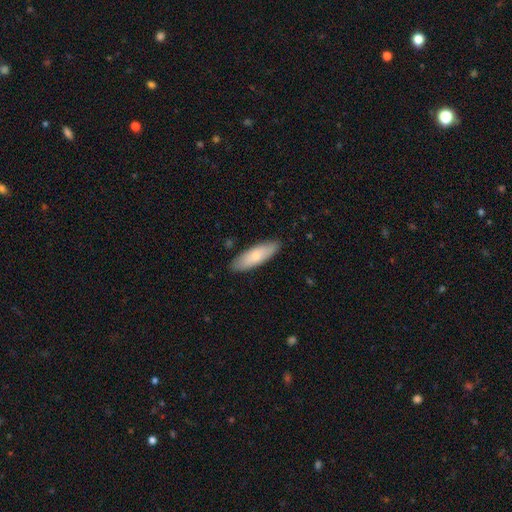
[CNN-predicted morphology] smooth 75%, featured or disk 19%, star or artifact 5%. Down the decision tree: how rounded — in between (55%); merging — none (87%).